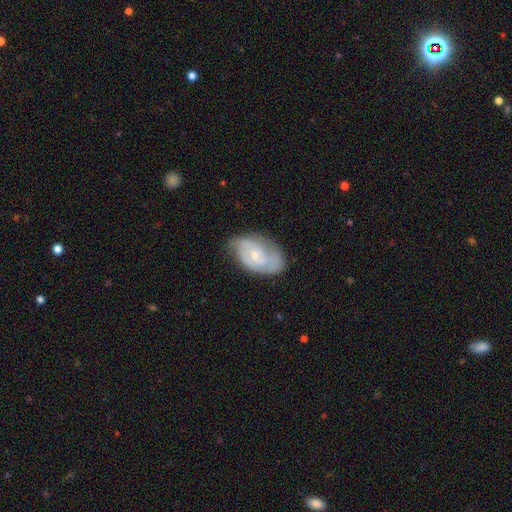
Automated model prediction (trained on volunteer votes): Smooth or featured? featured or disk (72%)
Edge-on disk? no (96%)
Bar? no (60%)
Spiral arms? yes (88%)
Spiral winding? tight (47%)
Spiral arm count? 2 (54%)
Bulge size? small (66%)
Merging? none (61%)